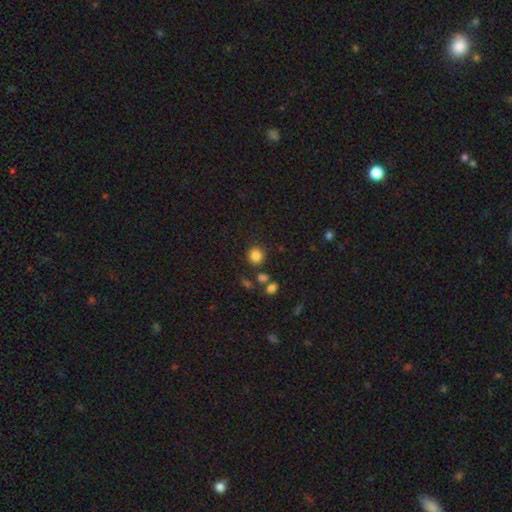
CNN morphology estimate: smooth 84%, star or artifact 11%, featured or disk 5%. Down the decision tree: how rounded — round (87%); merging — none (81%).